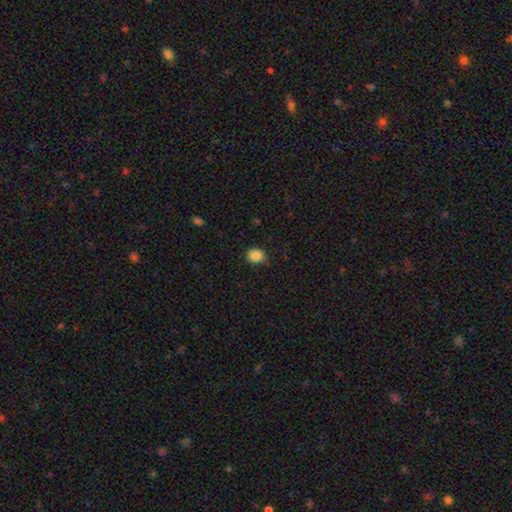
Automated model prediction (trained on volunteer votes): Morphology: type=smooth (86%); roundness=round (63%); merging=none (81%).